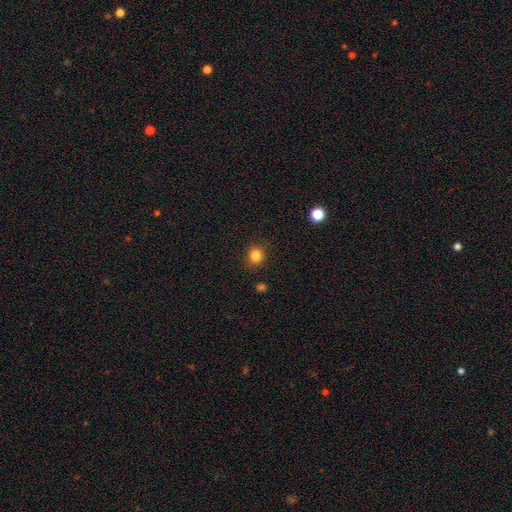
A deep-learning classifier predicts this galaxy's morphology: The model was most divided on "smooth or featured": smooth: 83%, star or artifact: 12%, featured or disk: 5%. More confident: merging — none (89%); how rounded — round (86%).